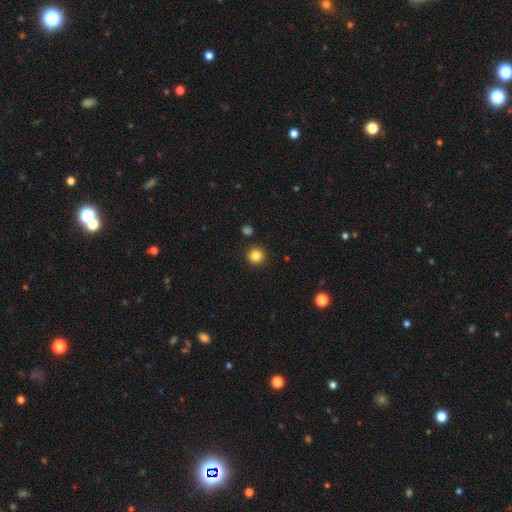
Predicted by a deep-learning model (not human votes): The model was most divided on "smooth or featured": smooth: 84%, star or artifact: 11%, featured or disk: 5%. More confident: how rounded — round (94%); merging — none (90%).